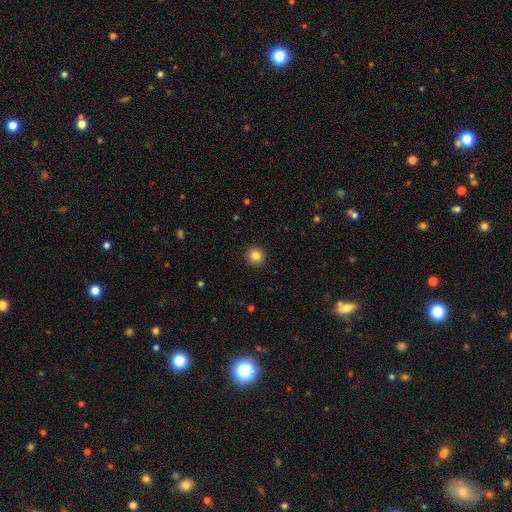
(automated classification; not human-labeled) smooth-or-featured: smooth: 83% | star or artifact: 11% | featured or disk: 6%
  how-rounded: round: 95% | in between: 4% | cigar-shaped: 1%
  merging: none: 93% | minor disturbance: 5% | major disturbance: 2% | merger: 1%